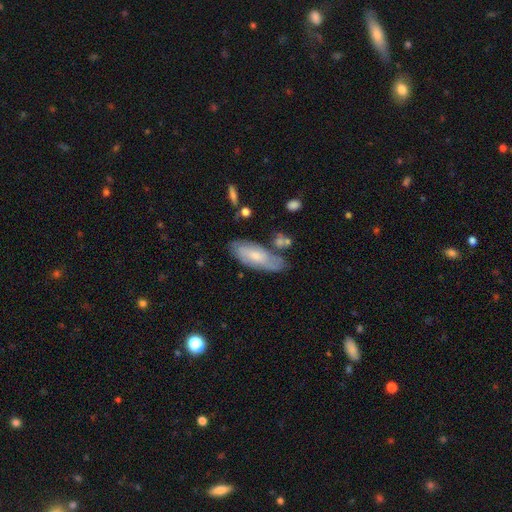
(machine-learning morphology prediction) This appears to be a smooth galaxy with no disk features (52%) that is in between round and cigar-shaped (73%). Merging: none (65%).